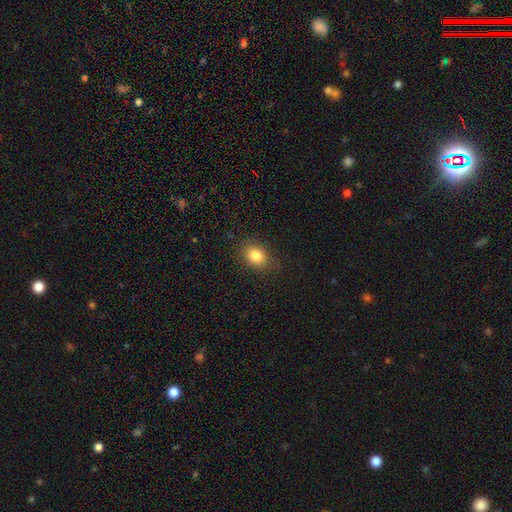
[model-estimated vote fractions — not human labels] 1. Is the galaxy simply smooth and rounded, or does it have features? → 83% smooth, 10% star or artifact, 7% featured or disk.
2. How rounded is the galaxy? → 63% in between, 36% round, 1% cigar-shaped.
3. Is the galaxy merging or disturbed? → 86% none, 10% minor disturbance, 3% major disturbance, 1% merger.